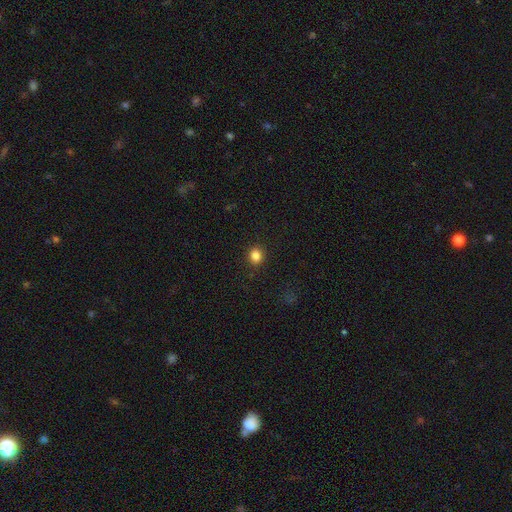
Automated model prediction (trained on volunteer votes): A smooth galaxy with no disk features (84%) that is round (77%).

Vote fractions:
- Smooth or featured? smooth: 84% / star or artifact: 11% / featured or disk: 4%
- How rounded? round: 77% / in between: 22% / cigar-shaped: 1%
- Merging? none: 91% / minor disturbance: 6% / major disturbance: 2% / merger: 1%